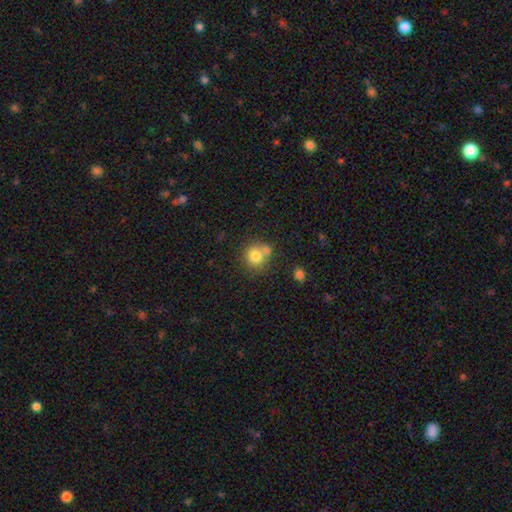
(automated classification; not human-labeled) This appears to be a smooth galaxy with no disk features (78%) that is round (86%). Merging: none (55%).